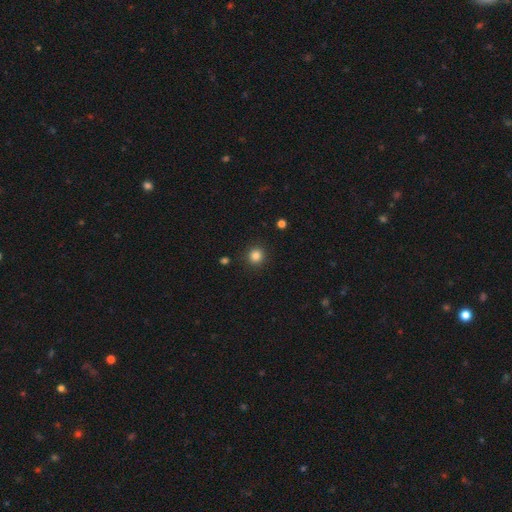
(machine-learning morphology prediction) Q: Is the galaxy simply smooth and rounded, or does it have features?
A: smooth — 84%.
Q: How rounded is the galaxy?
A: round — 93%.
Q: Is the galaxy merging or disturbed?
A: none — 91%.